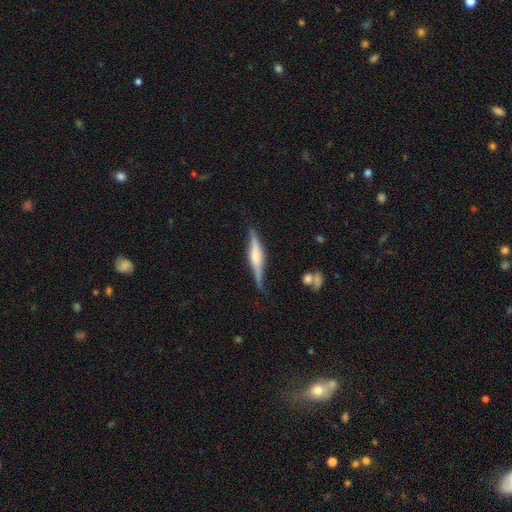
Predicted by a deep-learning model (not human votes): featured or disk 70%, smooth 25%, star or artifact 6%. Down the decision tree: edge-on disk — yes (95%); edge-on bulge — rounded (55%); merging — none (74%).